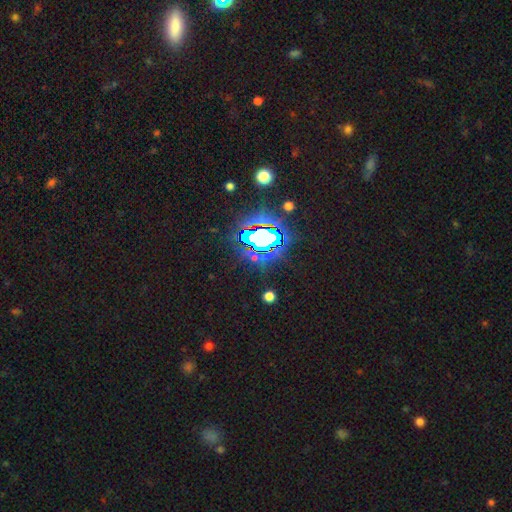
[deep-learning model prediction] Overall: star or artifact (74%).